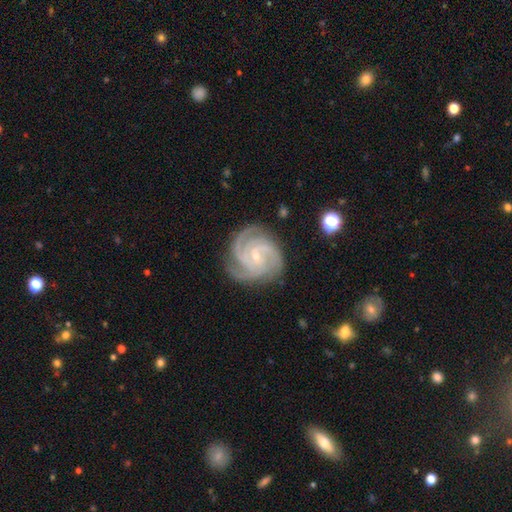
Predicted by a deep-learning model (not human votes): Q: Smooth or featured?
A: featured or disk (92%); runner-up: star or artifact (4%)
Q: Edge-on disk?
A: no (98%); runner-up: yes (2%)
Q: Bar?
A: no (57%); runner-up: weak (34%)
Q: Spiral arms?
A: yes (99%); runner-up: no (1%)
Q: Spiral winding?
A: tight (69%); runner-up: medium (28%)
Q: Spiral arm count?
A: 3 (46%); runner-up: 4 (35%)
Q: Bulge size?
A: small (75%); runner-up: moderate (22%)
Q: Merging?
A: none (81%); runner-up: minor disturbance (14%)